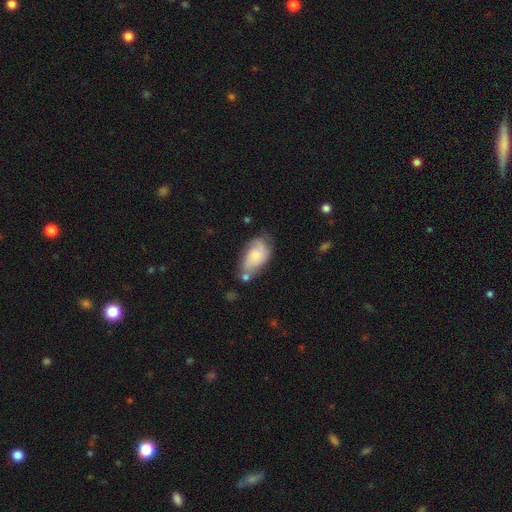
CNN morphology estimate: smooth_or_featured: smooth (p=0.58) [alt: featured or disk p=0.35]
how_rounded: in between (p=0.91) [alt: round p=0.06]
merging: none (p=0.42) [alt: minor disturbance p=0.31]